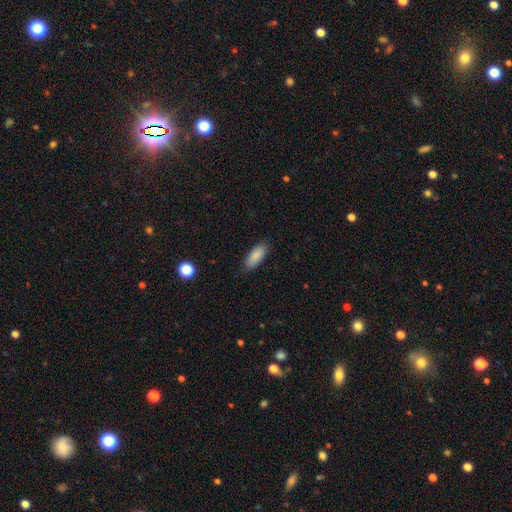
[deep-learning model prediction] Smooth or featured? smooth (87%)
How rounded? in between (73%)
Merging? none (85%)